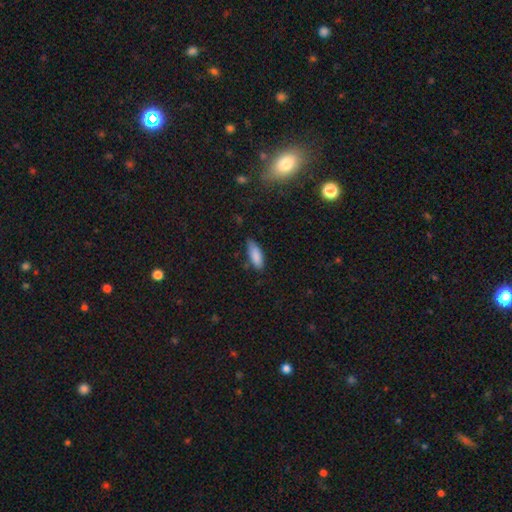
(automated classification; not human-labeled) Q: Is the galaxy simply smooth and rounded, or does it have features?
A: smooth — 86%.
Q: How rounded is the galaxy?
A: in between — 70%.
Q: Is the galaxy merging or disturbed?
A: none — 69%.